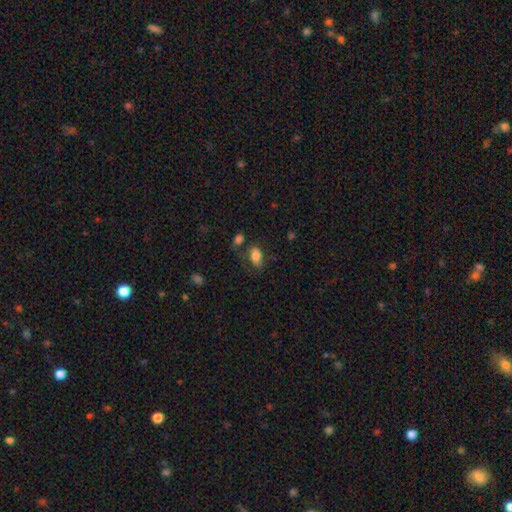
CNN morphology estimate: The model was most divided on "merging": none: 57%, minor disturbance: 21%, major disturbance: 11%, merger: 11%. More confident: how rounded — in between (91%); smooth or featured — smooth (81%).